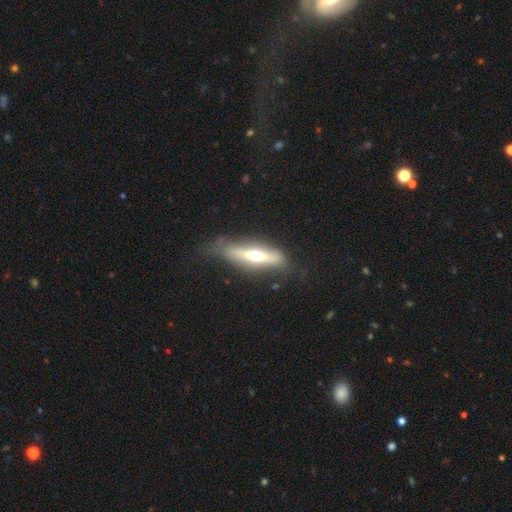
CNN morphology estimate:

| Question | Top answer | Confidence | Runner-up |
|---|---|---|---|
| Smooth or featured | featured or disk | 56% | smooth (38%) |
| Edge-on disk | yes | 83% | no (17%) |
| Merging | none | 70% | minor disturbance (20%) |